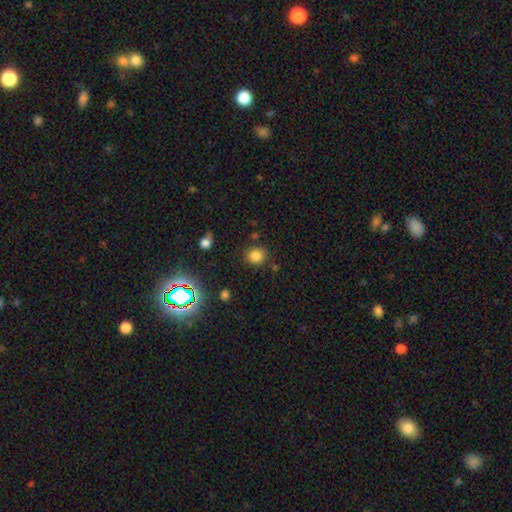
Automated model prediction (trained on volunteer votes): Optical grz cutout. It shows a smooth galaxy with no disk features (81%) that is round (81%). Merging: none (80%).